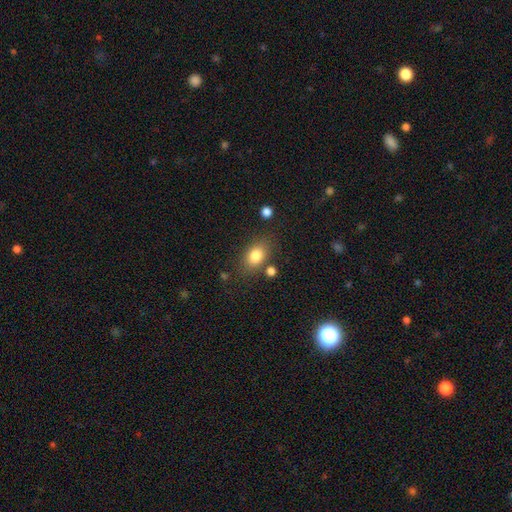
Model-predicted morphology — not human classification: Q: Smooth or featured?
A: smooth (82%); runner-up: star or artifact (9%)
Q: How rounded?
A: in between (76%); runner-up: round (22%)
Q: Merging?
A: none (74%); runner-up: minor disturbance (14%)